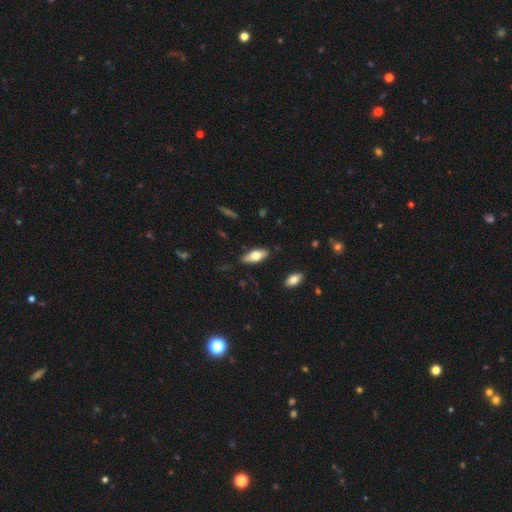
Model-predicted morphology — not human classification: A smooth galaxy with no disk features (70%) that is in between round and cigar-shaped (81%).

Vote fractions:
- Smooth or featured? smooth: 70% / featured or disk: 25% / star or artifact: 6%
- How rounded? in between: 81% / cigar-shaped: 17% / round: 2%
- Merging? none: 84% / minor disturbance: 12% / major disturbance: 2% / merger: 2%